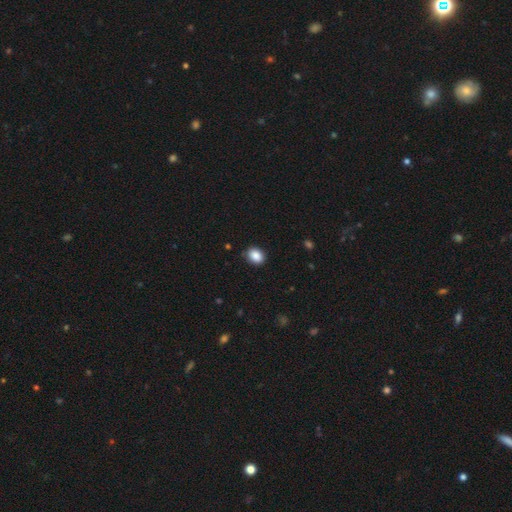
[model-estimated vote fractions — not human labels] This is clearly a smooth galaxy (88%). How rounded: possibly in between (58%). Merging: clearly none (87%).